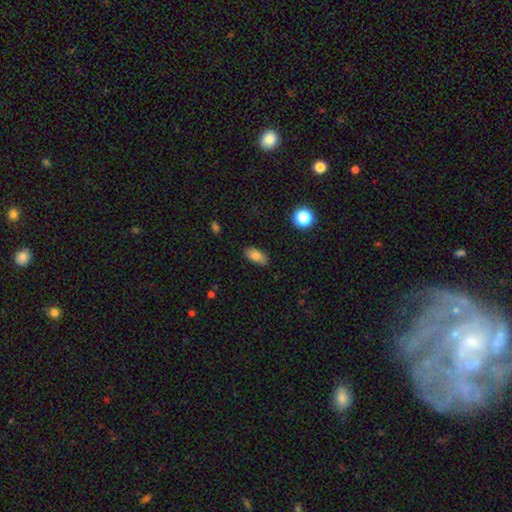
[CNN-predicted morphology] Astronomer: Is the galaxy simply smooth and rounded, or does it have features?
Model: smooth — 81%.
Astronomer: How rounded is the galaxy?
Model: in between — 88%.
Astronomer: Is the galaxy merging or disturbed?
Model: none — 84%.